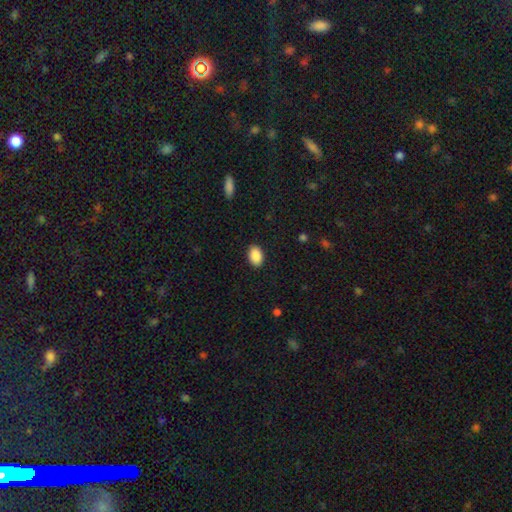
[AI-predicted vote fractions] smooth-or-featured: smooth: 90% | star or artifact: 7% | featured or disk: 3%
  how-rounded: in between: 88% | round: 10% | cigar-shaped: 1%
  merging: none: 89% | minor disturbance: 8% | major disturbance: 2% | merger: 1%